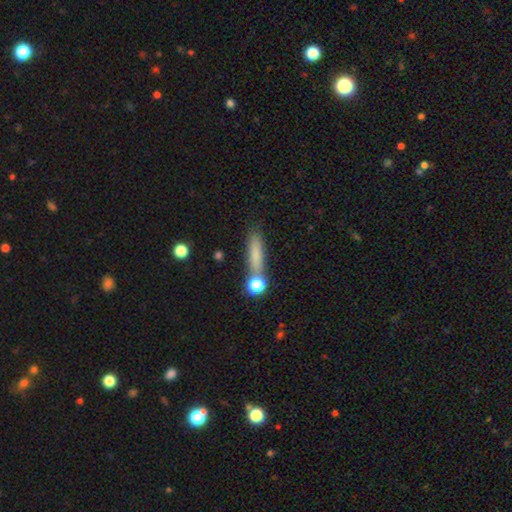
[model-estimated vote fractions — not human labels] Smooth or featured: smooth — 76% (featured or disk — 13%)
How rounded: cigar-shaped — 75% (in between — 20%)
Merging: none — 71% (minor disturbance — 13%)